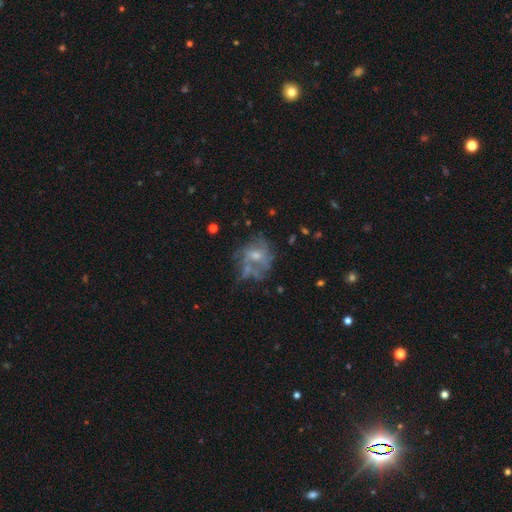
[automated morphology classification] A featured or disk galaxy (60%) with no bar (66%), no spiral arms (52%) and a moderate central bulge (45%). Merging: none (45%).